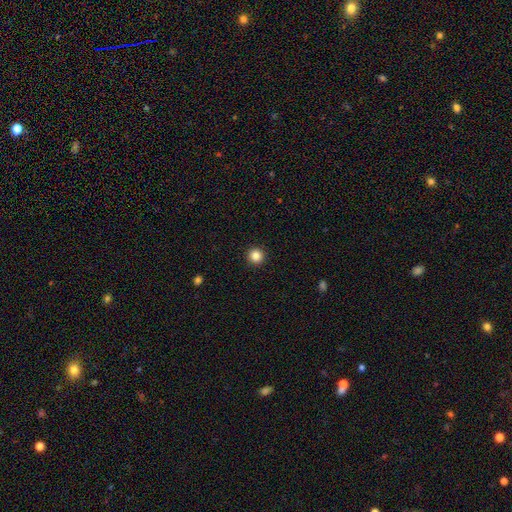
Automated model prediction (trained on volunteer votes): A smooth galaxy with no disk features (85%) that is round (96%).

Vote fractions:
- Smooth or featured? smooth: 85% / star or artifact: 11% / featured or disk: 4%
- How rounded? round: 96% / in between: 3% / cigar-shaped: 1%
- Merging? none: 94% / minor disturbance: 4% / major disturbance: 1% / merger: 1%